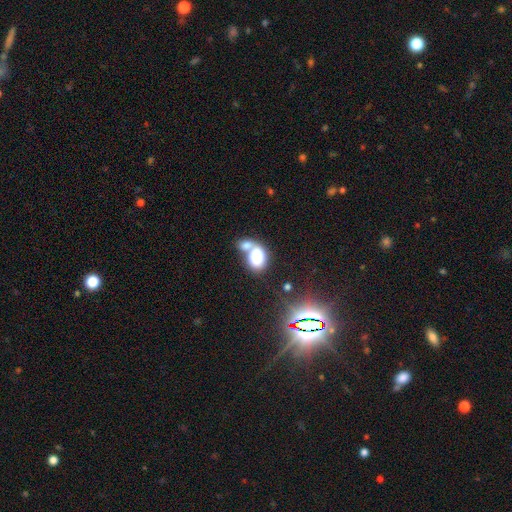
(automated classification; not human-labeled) smooth_or_featured: smooth (p=0.71) [alt: star or artifact p=0.15]
how_rounded: in between (p=0.69) [alt: round p=0.29]
merging: merger (p=0.56) [alt: none p=0.30]